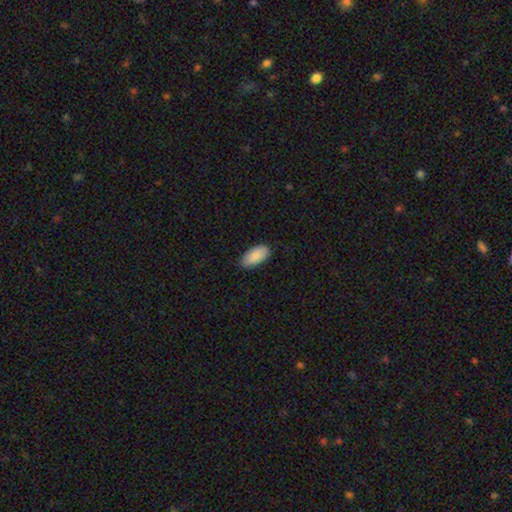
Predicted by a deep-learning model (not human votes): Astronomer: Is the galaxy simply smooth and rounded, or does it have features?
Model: smooth — 90%.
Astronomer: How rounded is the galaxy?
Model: in between — 94%.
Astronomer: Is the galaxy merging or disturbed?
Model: none — 84%.